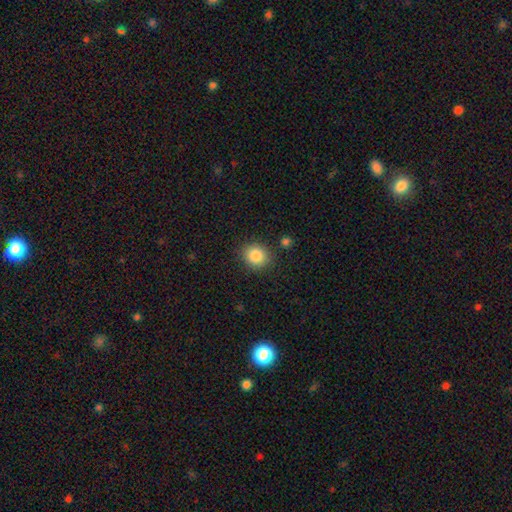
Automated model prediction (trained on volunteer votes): A smooth galaxy with no disk features (86%) that is round (78%).

Vote fractions:
- Smooth or featured? smooth: 86% / star or artifact: 9% / featured or disk: 5%
- How rounded? round: 78% / in between: 21% / cigar-shaped: 1%
- Merging? none: 86% / minor disturbance: 9% / major disturbance: 3% / merger: 3%